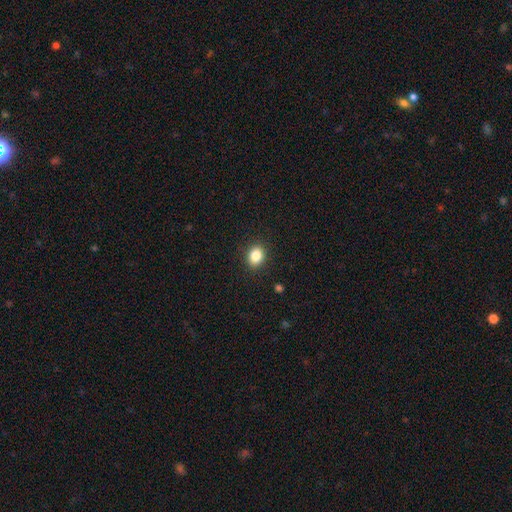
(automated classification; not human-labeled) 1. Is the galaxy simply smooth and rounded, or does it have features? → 85% smooth, 10% star or artifact, 5% featured or disk.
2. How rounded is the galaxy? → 55% in between, 44% round, 1% cigar-shaped.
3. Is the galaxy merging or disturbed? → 89% none, 8% minor disturbance, 2% major disturbance, 1% merger.